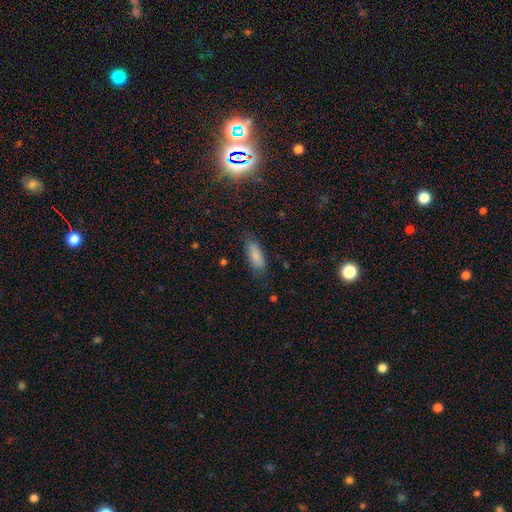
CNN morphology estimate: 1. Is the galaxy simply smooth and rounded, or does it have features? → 82% smooth, 10% featured or disk, 8% star or artifact.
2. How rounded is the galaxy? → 75% in between, 23% cigar-shaped, 2% round.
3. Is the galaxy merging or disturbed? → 77% none, 17% minor disturbance, 5% major disturbance, 1% merger.